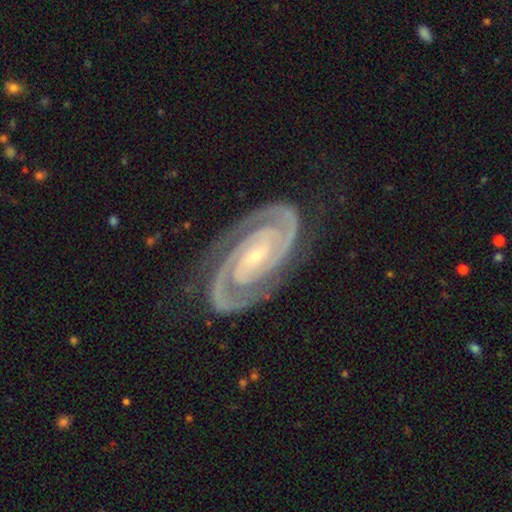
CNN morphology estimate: smooth-or-featured: featured or disk: 94% | star or artifact: 4% | smooth: 2%
  disk-edge-on: no: 97% | yes: 3%
    bar: no: 40% | weak: 30% | strong: 30%
    has-spiral-arms: yes: 99% | no: 1%
      spiral-winding: tight: 75% | medium: 22% | loose: 3%
      spiral-arm-count: 2: 93% | 3: 3% | can't tell: 2% | 4: 1% | 1: 1% | more than 4: 1%
    bulge-size: small: 76% | moderate: 20% | none: 2% | large: 1% | dominant: 1%
  merging: none: 83% | minor disturbance: 12% | major disturbance: 3% | merger: 1%